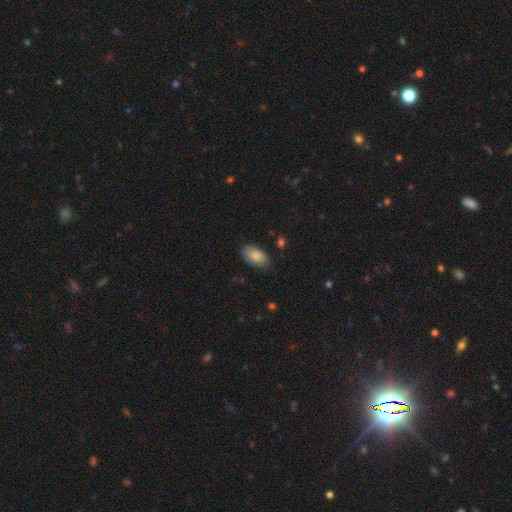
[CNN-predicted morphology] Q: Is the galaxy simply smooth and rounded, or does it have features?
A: smooth — 83%.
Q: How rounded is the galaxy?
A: in between — 94%.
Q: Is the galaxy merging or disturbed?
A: none — 79%.